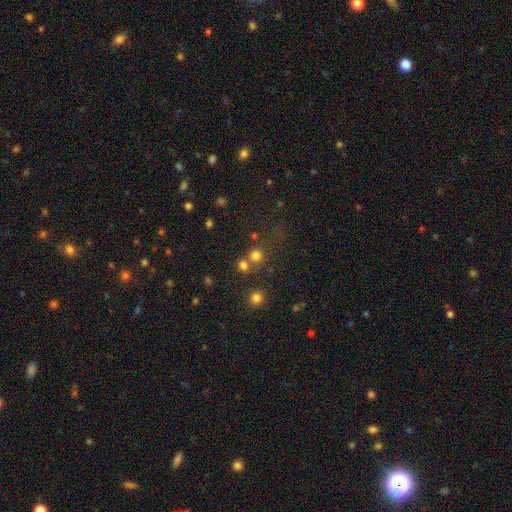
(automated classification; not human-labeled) This appears to be a smooth galaxy with no disk features (73%) that is round (88%). Merging: none (58%).